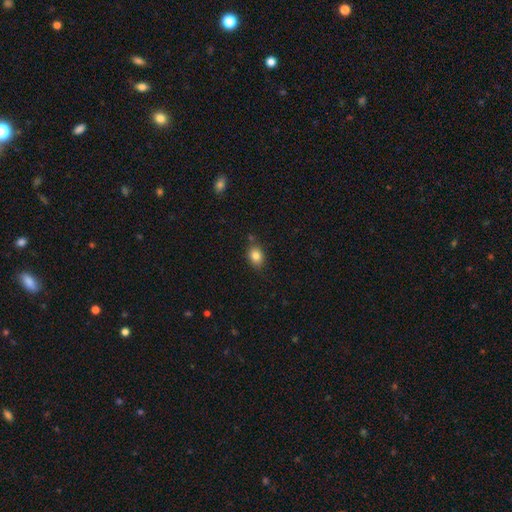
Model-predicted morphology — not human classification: The model was most divided on "how rounded": in between: 68%, round: 31%, cigar-shaped: 1%. More confident: smooth or featured — smooth (84%); merging — none (77%).